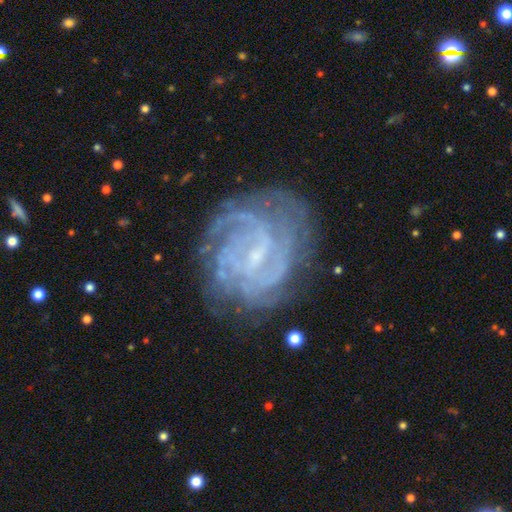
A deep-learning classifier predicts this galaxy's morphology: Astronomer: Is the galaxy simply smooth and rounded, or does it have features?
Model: featured or disk — 87%.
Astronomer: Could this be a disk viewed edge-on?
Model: no — 98%.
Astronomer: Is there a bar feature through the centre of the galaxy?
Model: weak — 56%.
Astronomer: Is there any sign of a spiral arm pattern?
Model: yes — 94%.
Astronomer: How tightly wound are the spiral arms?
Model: tight — 64%.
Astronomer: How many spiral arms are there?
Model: can't tell — 35% (runner-up: 3, 19%).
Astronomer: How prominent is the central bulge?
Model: small — 68%.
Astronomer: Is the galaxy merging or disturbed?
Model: none — 71%.